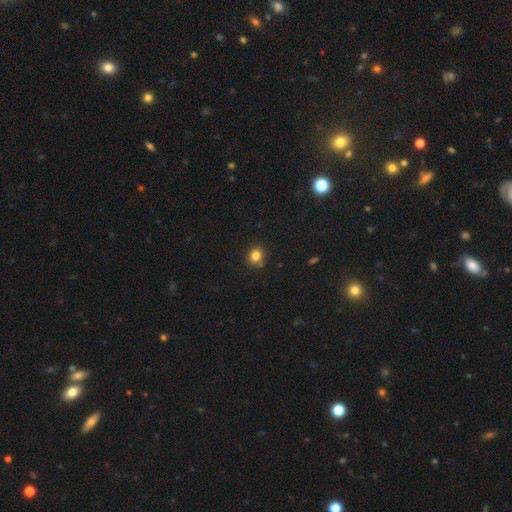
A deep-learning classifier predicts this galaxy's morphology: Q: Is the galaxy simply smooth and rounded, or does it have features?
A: smooth — 82%.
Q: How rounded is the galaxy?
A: round — 75%.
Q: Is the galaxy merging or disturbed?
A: none — 80%.